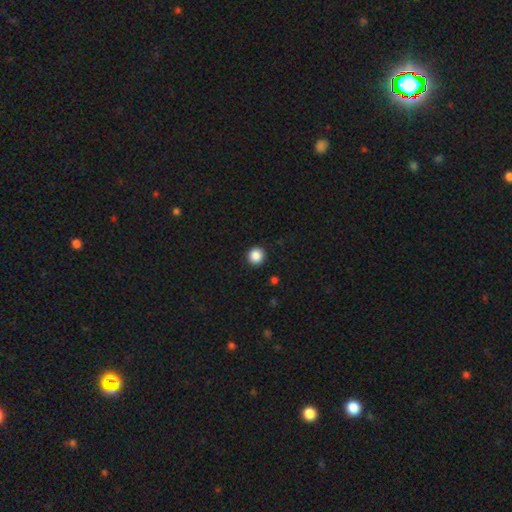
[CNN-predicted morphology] smooth 87%, star or artifact 10%, featured or disk 3%. Down the decision tree: how rounded — round (95%); merging — none (93%).